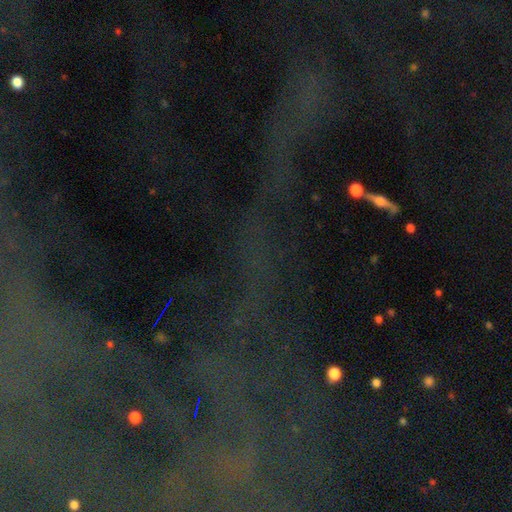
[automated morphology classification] A star or artifact, not a galaxy (67%).